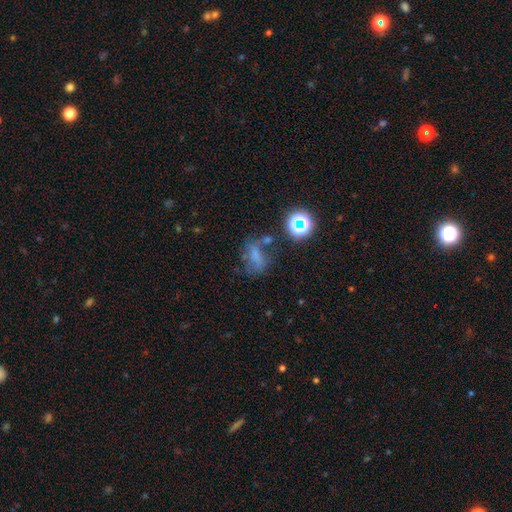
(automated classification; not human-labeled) Overall: smooth (40%; featured or disk 30%). Merging: none (41%; major disturbance 26%).